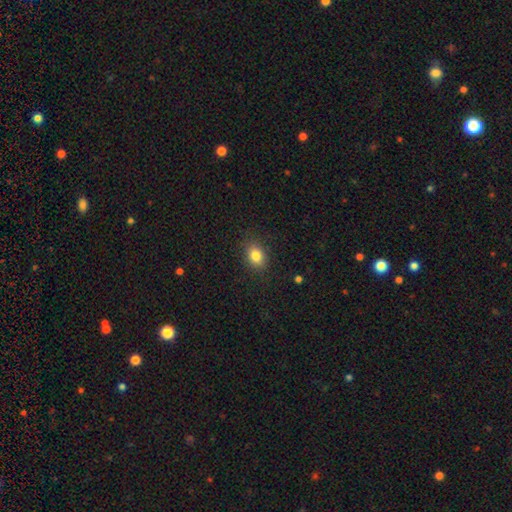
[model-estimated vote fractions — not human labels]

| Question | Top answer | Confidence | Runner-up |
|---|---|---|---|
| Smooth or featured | smooth | 83% | star or artifact (10%) |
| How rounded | in between | 65% | round (33%) |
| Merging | none | 86% | minor disturbance (10%) |